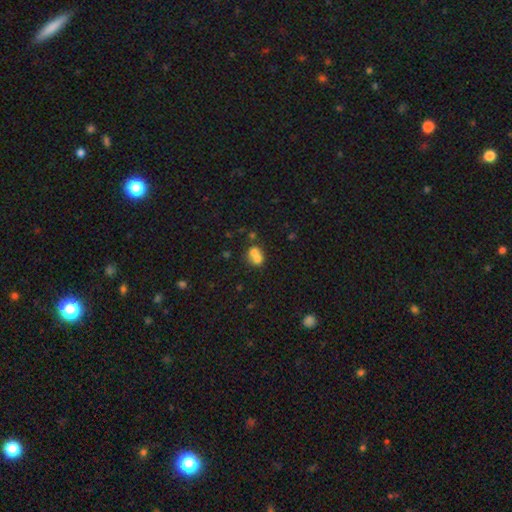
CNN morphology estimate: This appears to be a smooth galaxy with no disk features (65%) that is round (67%). Merging: merger (64%).